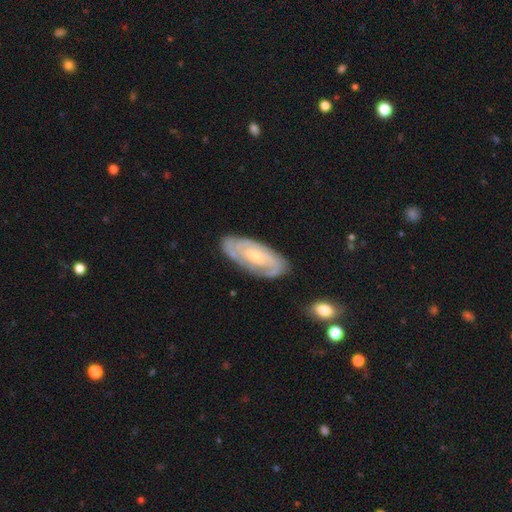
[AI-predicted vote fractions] Smooth or featured? Predicted: featured or disk (p=0.73). Edge-on disk? Predicted: no (p=0.91). Bar? Predicted: no (p=0.64). Spiral arms? Predicted: yes (p=0.83). Spiral winding? Predicted: tight (p=0.68). Spiral arm count? Predicted: can't tell (p=0.49). Bulge size? Predicted: small (p=0.60). Merging? Predicted: none (p=0.79).